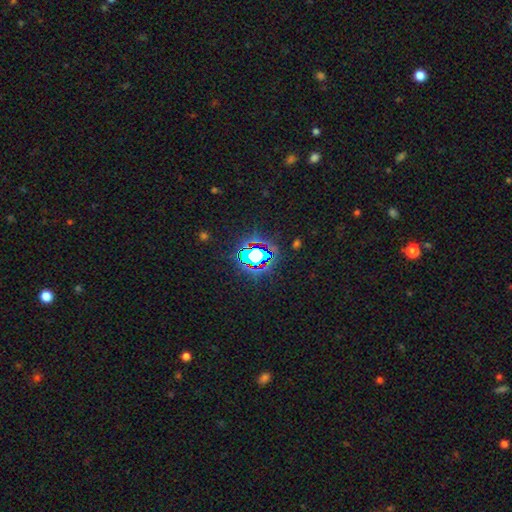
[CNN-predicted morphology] Q: Smooth or featured?
A: star or artifact (73%); runner-up: smooth (16%)